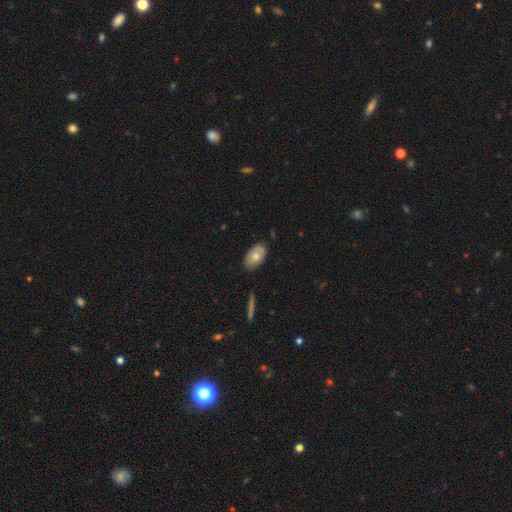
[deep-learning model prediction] The model was most divided on "smooth or featured": smooth: 71%, featured or disk: 23%, star or artifact: 6%. More confident: how rounded — in between (93%); merging — none (81%).